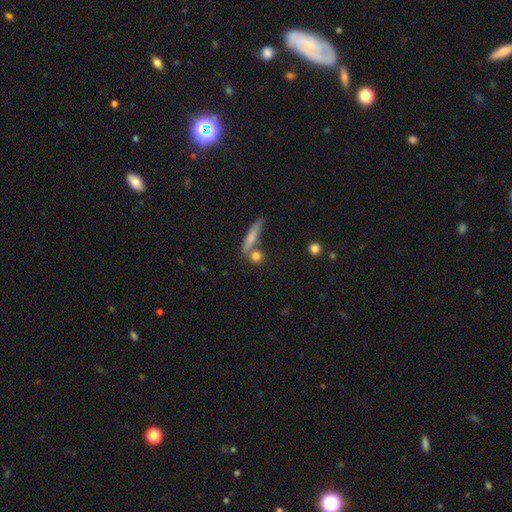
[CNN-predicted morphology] type=smooth (45%); merging=none (53%).